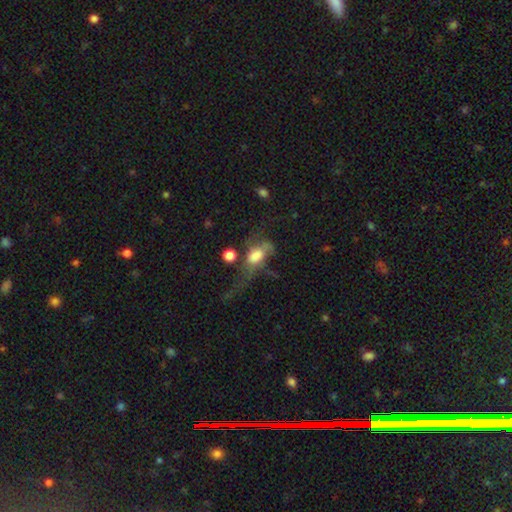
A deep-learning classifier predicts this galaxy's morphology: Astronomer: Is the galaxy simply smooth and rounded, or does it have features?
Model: smooth — 54% (runner-up: featured or disk, 35%).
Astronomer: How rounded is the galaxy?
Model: in between — 79%.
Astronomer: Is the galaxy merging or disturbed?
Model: major disturbance — 54%.